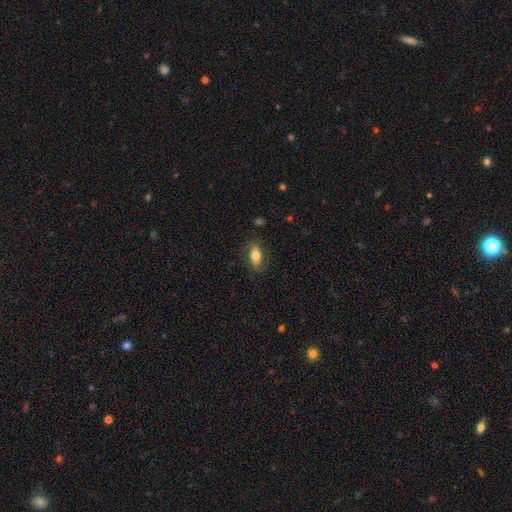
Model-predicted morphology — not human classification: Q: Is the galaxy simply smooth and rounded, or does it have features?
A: smooth — 69%.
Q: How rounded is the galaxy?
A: in between — 82%.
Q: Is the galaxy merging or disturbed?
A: none — 77%.